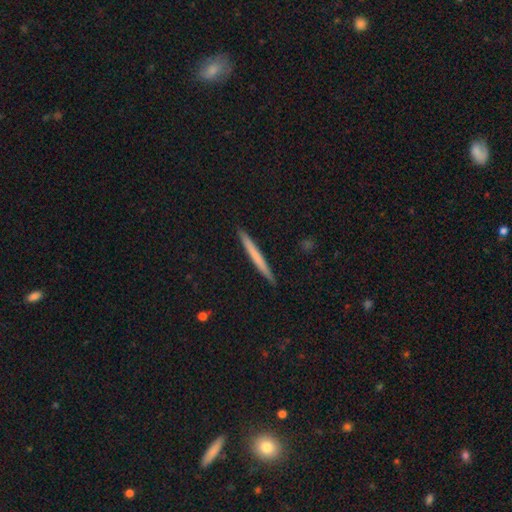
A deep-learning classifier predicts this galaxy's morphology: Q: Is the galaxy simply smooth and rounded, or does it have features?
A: smooth — 60%.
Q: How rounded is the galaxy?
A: cigar-shaped — 97%.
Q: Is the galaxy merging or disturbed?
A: none — 92%.